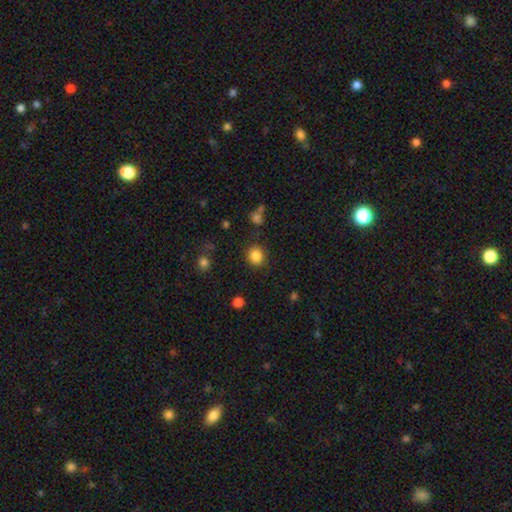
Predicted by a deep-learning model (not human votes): Smooth or featured? smooth (85%)
How rounded? round (86%)
Merging? none (86%)